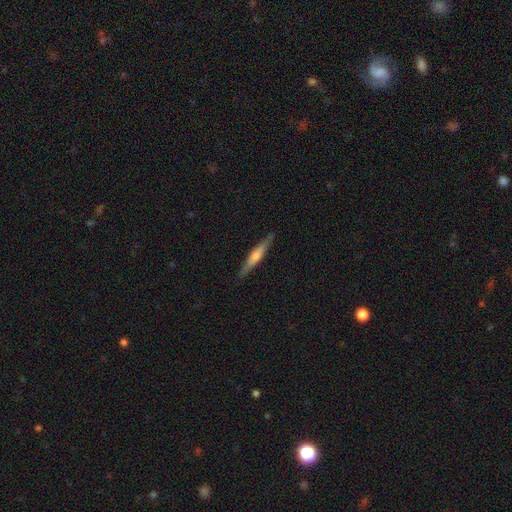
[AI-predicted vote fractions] A featured or disk galaxy (59%) viewed edge-on (96%) with a rounded central bulge (78%). Merging: none (89%).